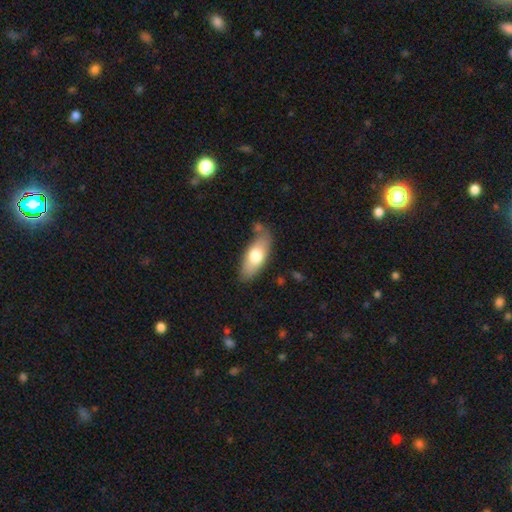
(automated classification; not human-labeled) This appears to be a smooth galaxy with no disk features (70%) that is in between round and cigar-shaped (79%). Merging: none (70%).